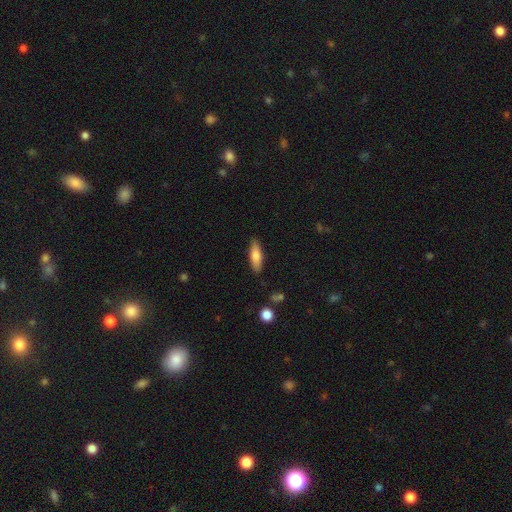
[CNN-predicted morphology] Smooth or featured?
  - smooth: 71% *
  - featured or disk: 23%
  - star or artifact: 6%
How rounded?
  - cigar-shaped: 55% *
  - in between: 43%
  - round: 2%
Merging?
  - none: 86% *
  - minor disturbance: 10%
  - major disturbance: 2%
  - merger: 1%